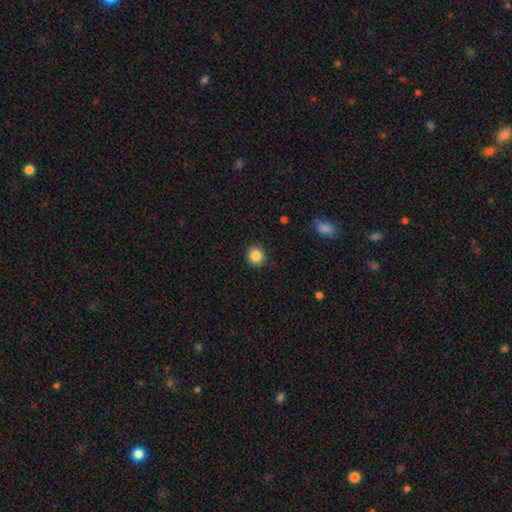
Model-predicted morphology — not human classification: This is clearly a smooth galaxy (86%). How rounded: clearly round (89%). Merging: clearly none (91%).